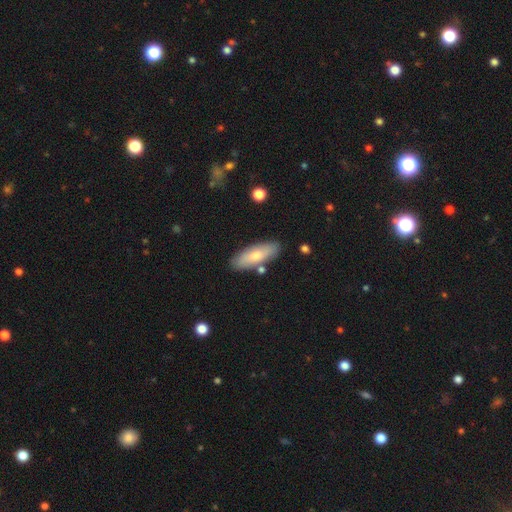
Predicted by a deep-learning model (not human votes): Smooth or featured?
  - smooth: 69% *
  - featured or disk: 25%
  - star or artifact: 6%
How rounded?
  - in between: 67% *
  - cigar-shaped: 31%
  - round: 2%
Merging?
  - none: 82% *
  - minor disturbance: 11%
  - merger: 4%
  - major disturbance: 2%